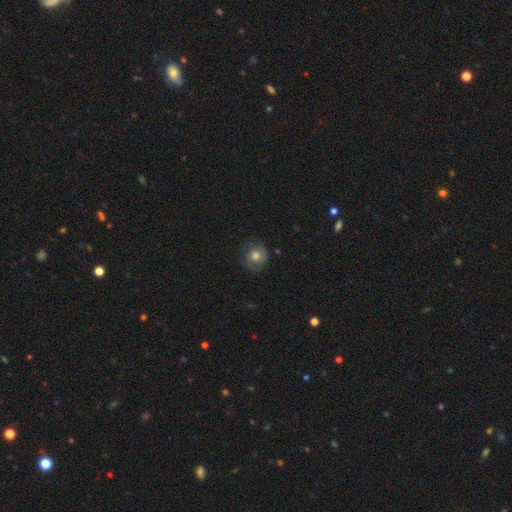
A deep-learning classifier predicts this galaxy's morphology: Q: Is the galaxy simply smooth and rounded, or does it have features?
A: smooth — 50%.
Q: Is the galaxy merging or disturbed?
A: none — 69%.